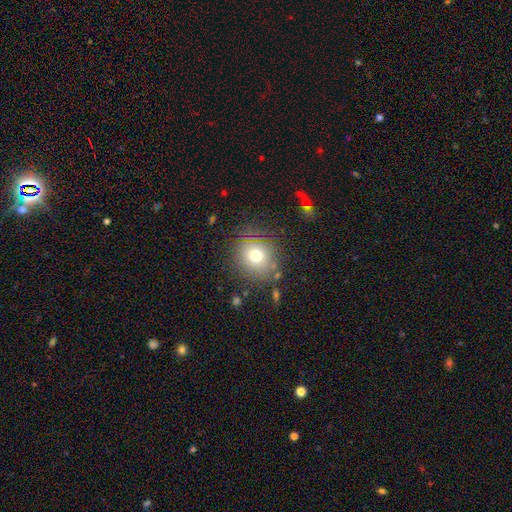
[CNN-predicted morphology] Smooth or featured? smooth (72%)
How rounded? round (82%)
Merging? none (81%)